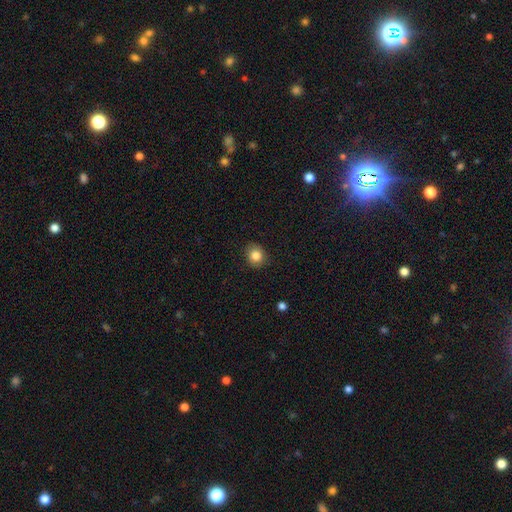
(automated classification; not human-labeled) Smooth or featured?
  - smooth: 84% *
  - star or artifact: 10%
  - featured or disk: 6%
How rounded?
  - round: 73% *
  - in between: 26%
  - cigar-shaped: 1%
Merging?
  - none: 86% *
  - minor disturbance: 10%
  - major disturbance: 2%
  - merger: 1%